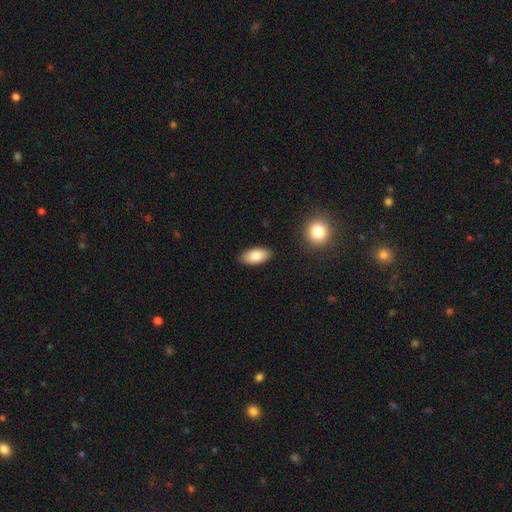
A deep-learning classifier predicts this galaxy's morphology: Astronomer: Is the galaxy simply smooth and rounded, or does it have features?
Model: smooth — 82%.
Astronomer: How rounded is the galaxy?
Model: in between — 92%.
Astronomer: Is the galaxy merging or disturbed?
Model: none — 88%.